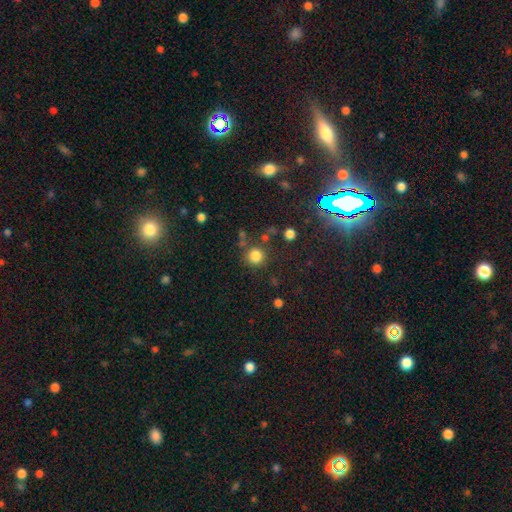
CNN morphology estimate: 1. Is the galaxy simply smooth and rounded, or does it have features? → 81% smooth, 14% star or artifact, 5% featured or disk.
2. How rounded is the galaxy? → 93% round, 6% in between, 1% cigar-shaped.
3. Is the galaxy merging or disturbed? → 77% none, 11% minor disturbance, 8% merger, 5% major disturbance.